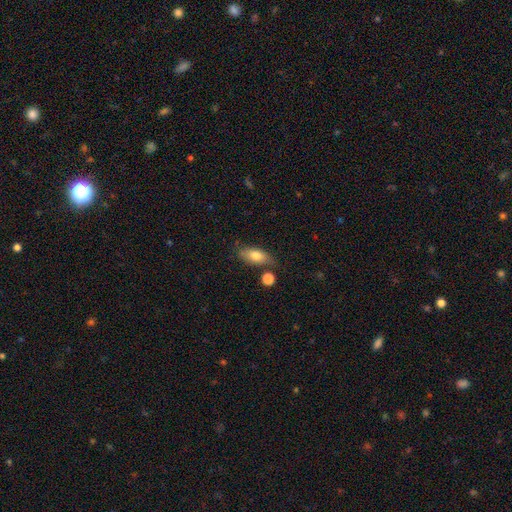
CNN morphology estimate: A smooth galaxy with no disk features (75%) that is in between round and cigar-shaped (82%).

Vote fractions:
- Smooth or featured? smooth: 75% / featured or disk: 18% / star or artifact: 7%
- How rounded? in between: 82% / cigar-shaped: 13% / round: 5%
- Merging? none: 69% / minor disturbance: 18% / merger: 8% / major disturbance: 4%